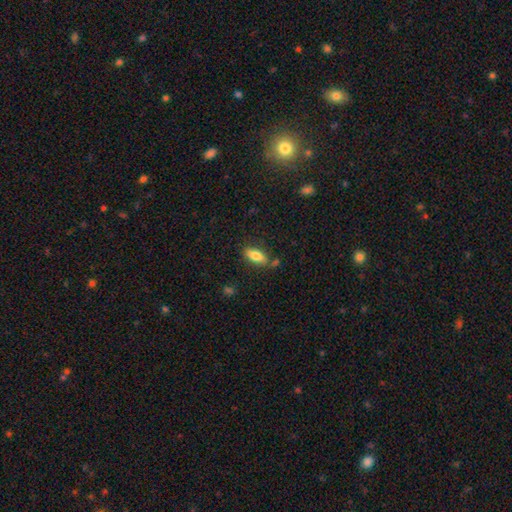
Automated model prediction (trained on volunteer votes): The model was most divided on "merging": none: 73%, minor disturbance: 16%, merger: 7%, major disturbance: 4%. More confident: how rounded — in between (81%); smooth or featured — smooth (80%).